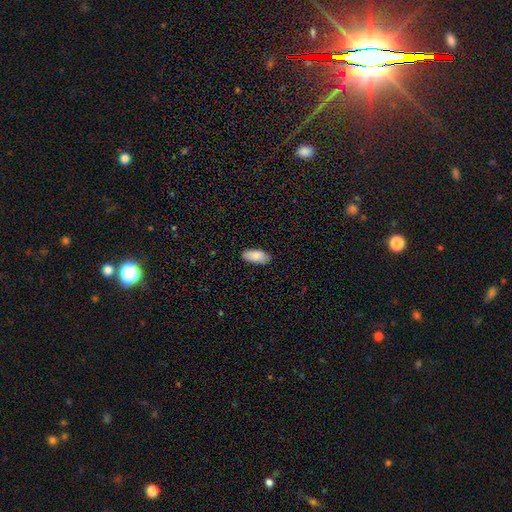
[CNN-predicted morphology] Smooth or featured?
  - smooth: 88% *
  - featured or disk: 6%
  - star or artifact: 6%
How rounded?
  - in between: 91% *
  - cigar-shaped: 8%
  - round: 2%
Merging?
  - none: 88% *
  - minor disturbance: 10%
  - major disturbance: 2%
  - merger: 1%